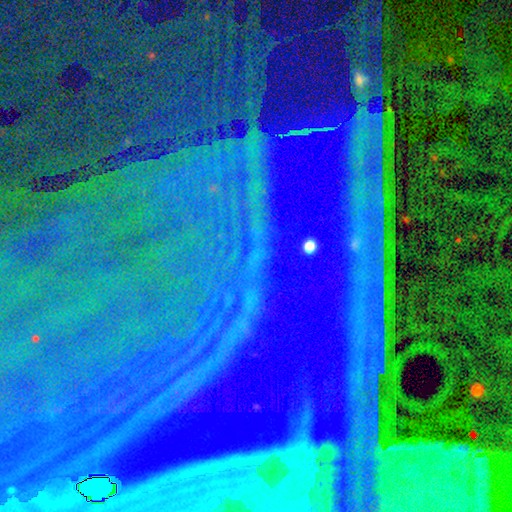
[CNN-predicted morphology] The model was most divided on "smooth or featured": star or artifact: 87%, featured or disk: 8%, smooth: 6%.